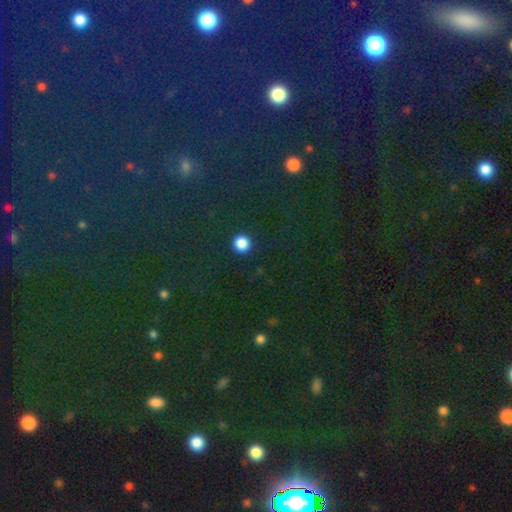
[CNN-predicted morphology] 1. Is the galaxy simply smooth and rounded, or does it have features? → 77% star or artifact, 16% smooth, 7% featured or disk.